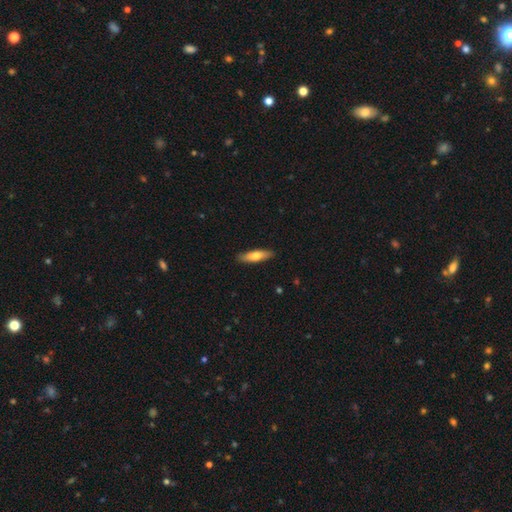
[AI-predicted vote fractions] smooth 69%, featured or disk 26%, star or artifact 6%. Down the decision tree: how rounded — cigar-shaped (67%); merging — none (88%).